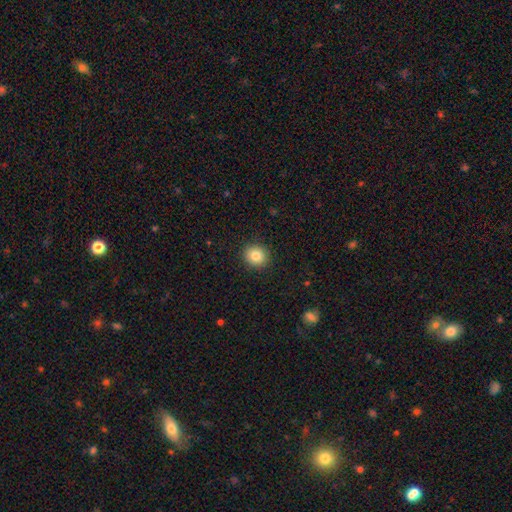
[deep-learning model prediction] Q: Smooth or featured?
A: smooth (83%); runner-up: star or artifact (10%)
Q: How rounded?
A: round (82%); runner-up: in between (17%)
Q: Merging?
A: none (91%); runner-up: minor disturbance (6%)